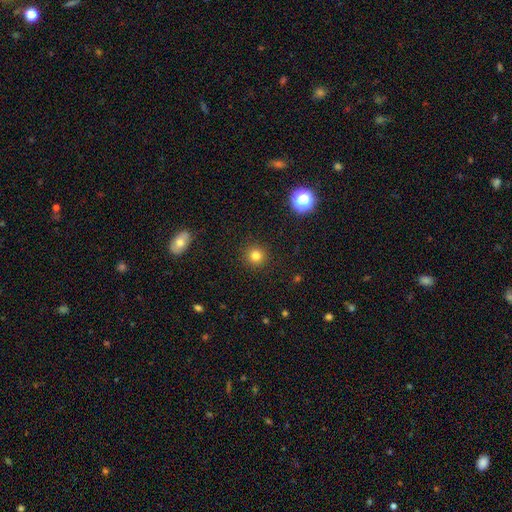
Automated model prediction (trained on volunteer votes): This is clearly a smooth galaxy (81%). How rounded: clearly round (94%). Merging: clearly none (91%).